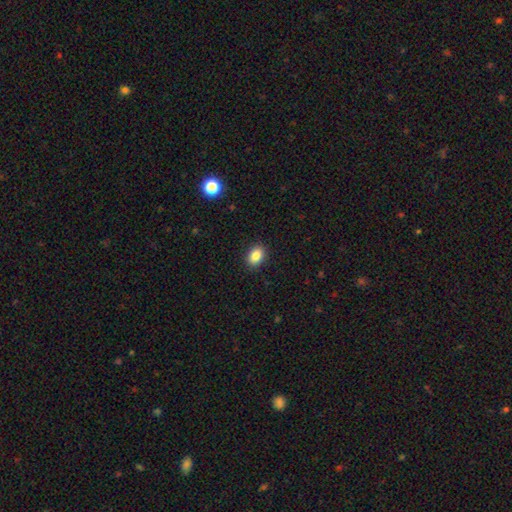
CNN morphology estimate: The model was most divided on "how rounded": in between: 75%, round: 24%, cigar-shaped: 1%. More confident: merging — none (90%); smooth or featured — smooth (86%).